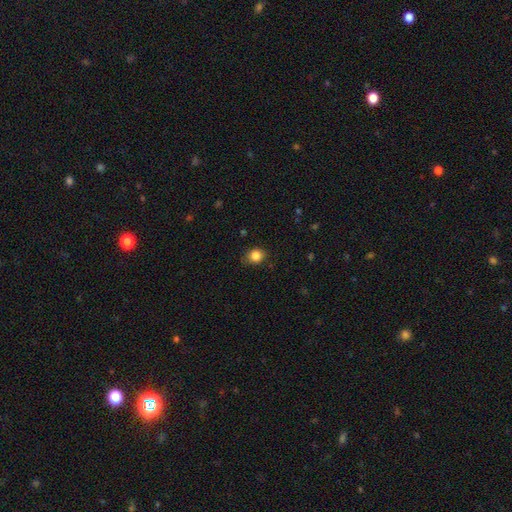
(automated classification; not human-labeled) Smooth or featured: smooth — 84% (star or artifact — 11%)
How rounded: round — 67% (in between — 32%)
Merging: none — 80% (minor disturbance — 16%)